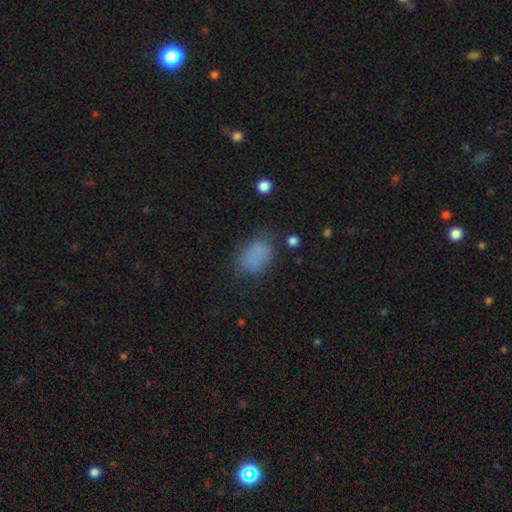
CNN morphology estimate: Q: Smooth or featured?
A: smooth (80%); runner-up: star or artifact (13%)
Q: How rounded?
A: in between (81%); runner-up: round (17%)
Q: Merging?
A: none (70%); runner-up: minor disturbance (20%)